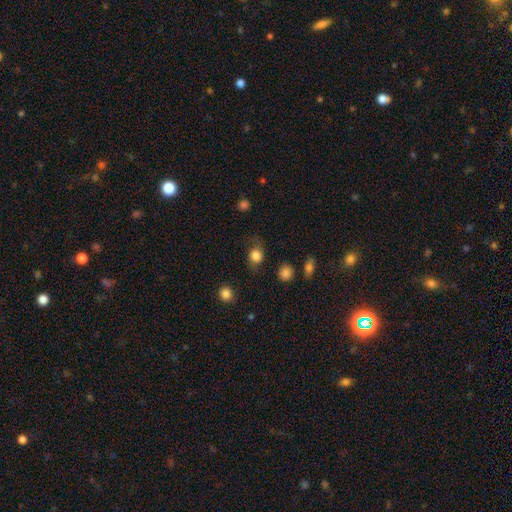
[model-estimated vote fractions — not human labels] This appears to be a smooth galaxy with no disk features (79%) that is round (61%). Merging: none (65%).